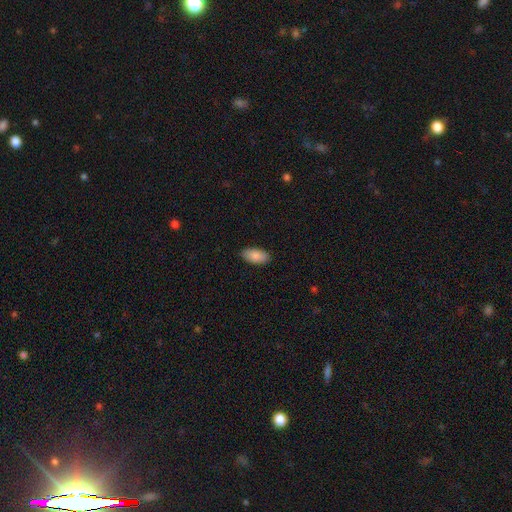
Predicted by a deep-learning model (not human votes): smooth-or-featured: smooth: 88% | star or artifact: 6% | featured or disk: 6%
  how-rounded: in between: 92% | cigar-shaped: 6% | round: 2%
  merging: none: 89% | minor disturbance: 8% | major disturbance: 2% | merger: 1%